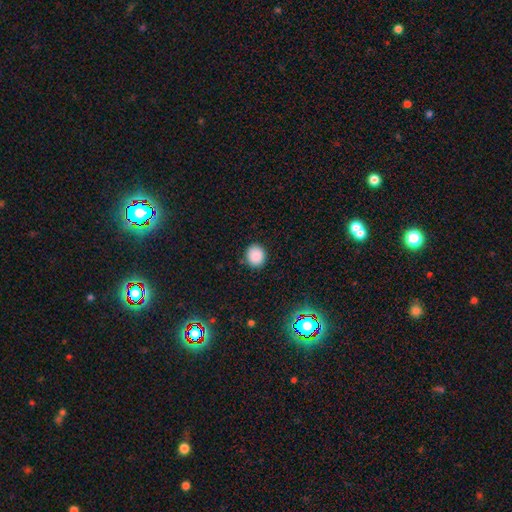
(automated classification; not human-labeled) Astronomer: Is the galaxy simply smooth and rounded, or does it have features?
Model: smooth — 86%.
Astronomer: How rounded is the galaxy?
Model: round — 77%.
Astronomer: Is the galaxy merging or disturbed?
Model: none — 87%.